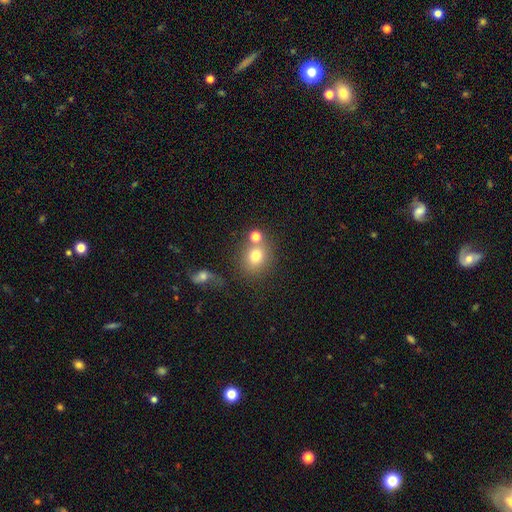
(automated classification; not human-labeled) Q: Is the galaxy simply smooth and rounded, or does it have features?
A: smooth — 75%.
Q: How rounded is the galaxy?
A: round — 77%.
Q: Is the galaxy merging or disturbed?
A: none — 58%.